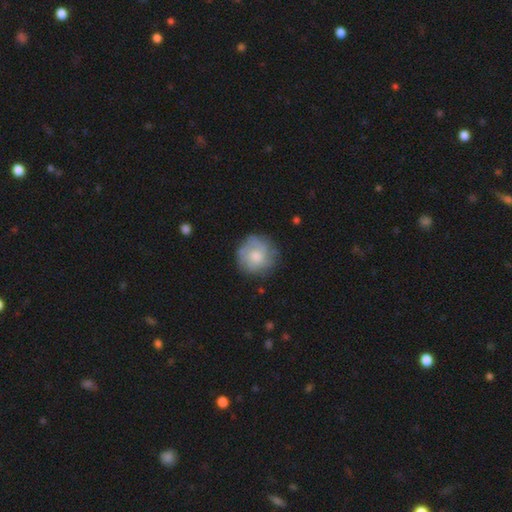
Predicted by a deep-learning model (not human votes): A smooth galaxy with no disk features (53%) that is round (91%).

Vote fractions:
- Smooth or featured? smooth: 53% / featured or disk: 41% / star or artifact: 7%
- How rounded? round: 91% / in between: 8% / cigar-shaped: 1%
- Merging? none: 74% / minor disturbance: 17% / major disturbance: 7% / merger: 2%